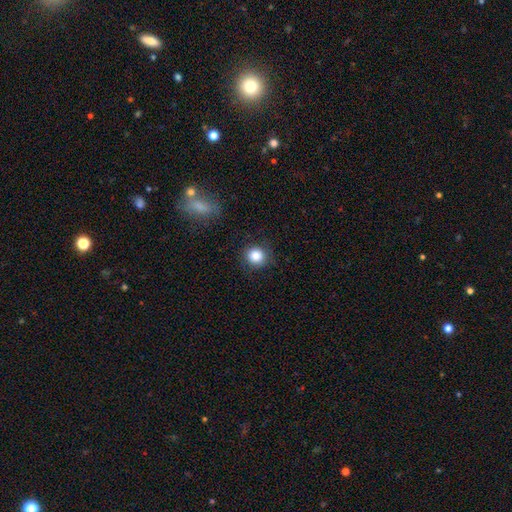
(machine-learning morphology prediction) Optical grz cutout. It shows a smooth galaxy with no disk features (85%) that is round (91%). Merging: none (87%).